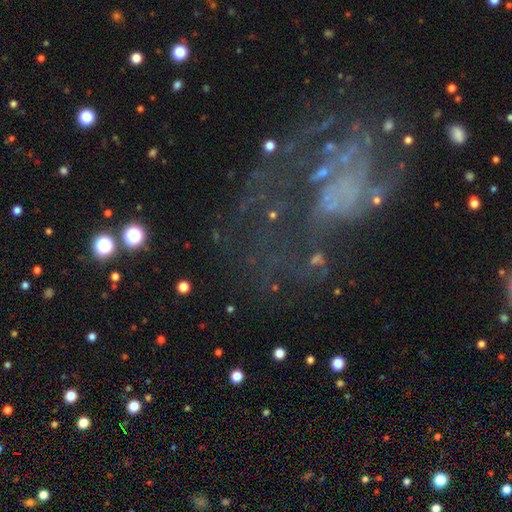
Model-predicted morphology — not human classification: A featured or disk galaxy (58%) with no bar (84%), no spiral arms (57%) and no central bulge (75%). Merging: major disturbance (44%).